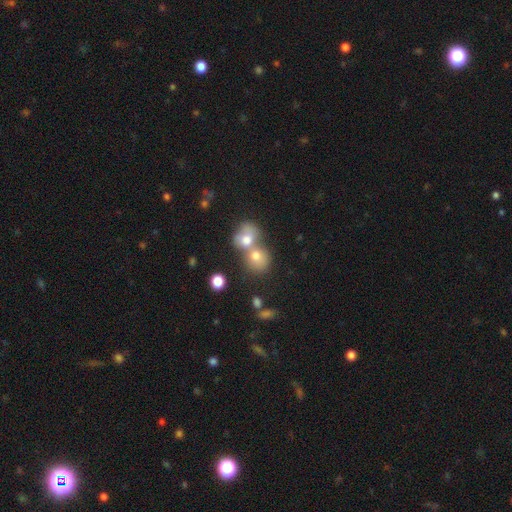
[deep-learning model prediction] Smooth or featured?
  - smooth: 72% *
  - featured or disk: 17%
  - star or artifact: 11%
How rounded?
  - round: 67% *
  - in between: 32%
  - cigar-shaped: 1%
Merging?
  - merger: 67% *
  - none: 22%
  - minor disturbance: 6%
  - major disturbance: 4%